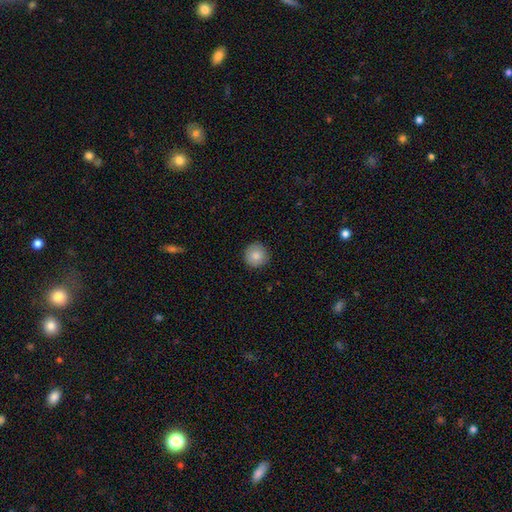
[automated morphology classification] Smooth or featured?
  - smooth: 84% *
  - star or artifact: 8%
  - featured or disk: 8%
How rounded?
  - round: 95% *
  - in between: 4%
  - cigar-shaped: 1%
Merging?
  - none: 89% *
  - minor disturbance: 8%
  - major disturbance: 2%
  - merger: 1%